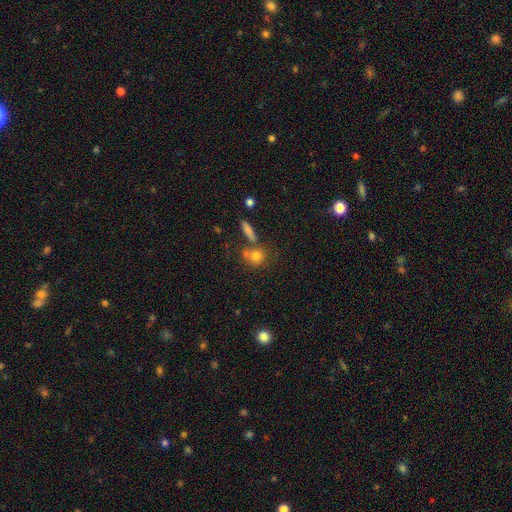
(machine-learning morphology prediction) Smooth or featured? Predicted: smooth (p=0.76). How rounded? Predicted: round (p=0.75). Merging? Predicted: none (p=0.55).